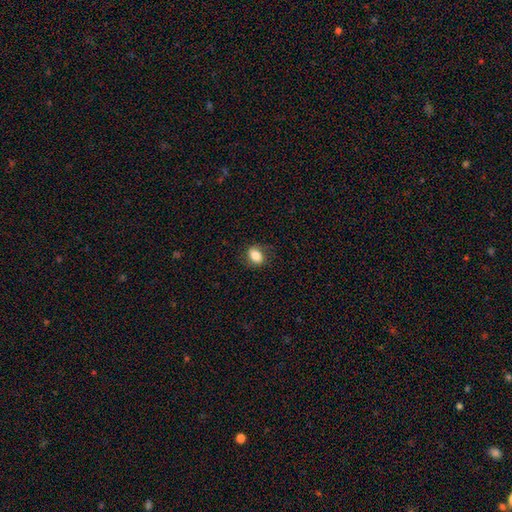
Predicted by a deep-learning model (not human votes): Q: Smooth or featured?
A: smooth (81%); runner-up: featured or disk (10%)
Q: How rounded?
A: in between (75%); runner-up: round (23%)
Q: Merging?
A: none (79%); runner-up: minor disturbance (16%)